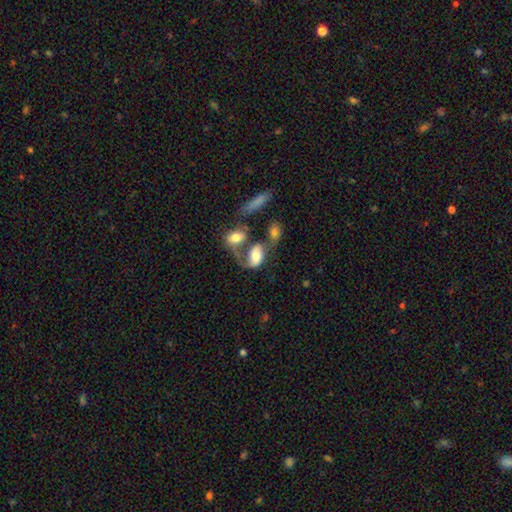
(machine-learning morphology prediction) A smooth galaxy with no disk features (48%). Merging: merger (54%).